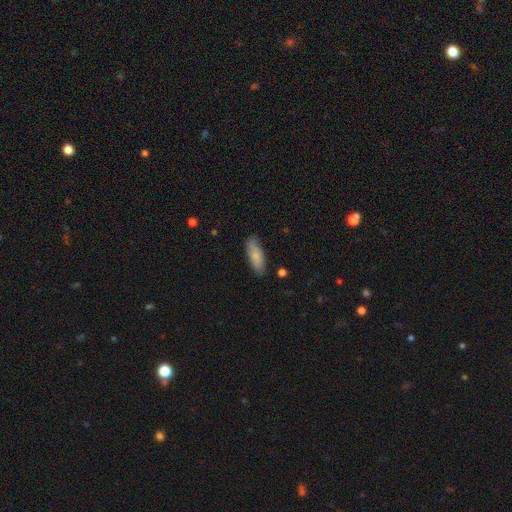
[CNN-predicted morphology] Smooth or featured?
  - smooth: 79% *
  - featured or disk: 15%
  - star or artifact: 6%
How rounded?
  - in between: 63% *
  - cigar-shaped: 35%
  - round: 2%
Merging?
  - none: 79% *
  - minor disturbance: 17%
  - major disturbance: 3%
  - merger: 2%